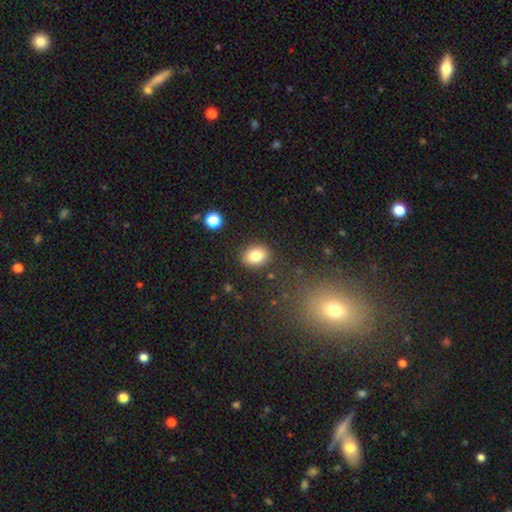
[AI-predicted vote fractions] Smooth or featured: smooth — 82% (star or artifact — 10%)
How rounded: in between — 59% (round — 40%)
Merging: none — 86% (minor disturbance — 9%)